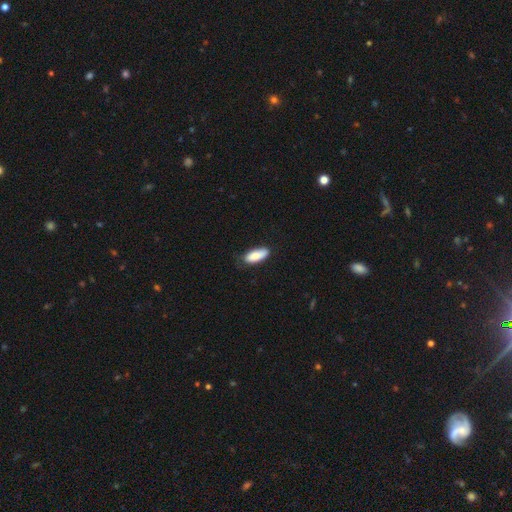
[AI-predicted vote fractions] Smooth or featured? smooth (84%)
How rounded? in between (77%)
Merging? none (71%)